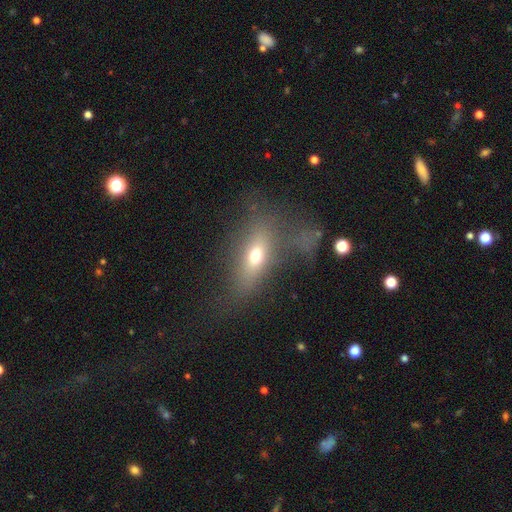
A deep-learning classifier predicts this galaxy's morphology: This appears to be a smooth galaxy with no disk features (60%) that is in between round and cigar-shaped (67%). Merging: none (47%).